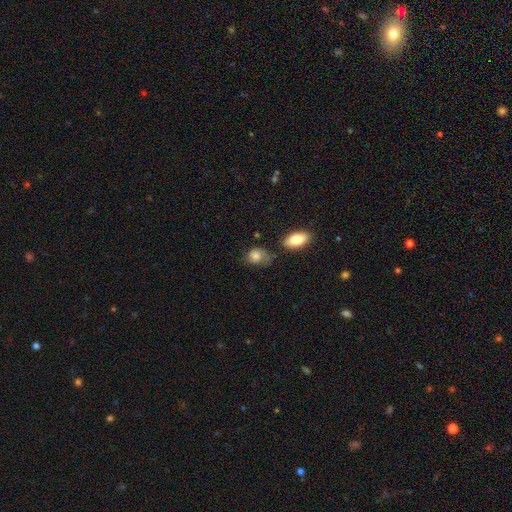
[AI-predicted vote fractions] Smooth or featured? smooth (76%)
How rounded? in between (51%)
Merging? none (43%)